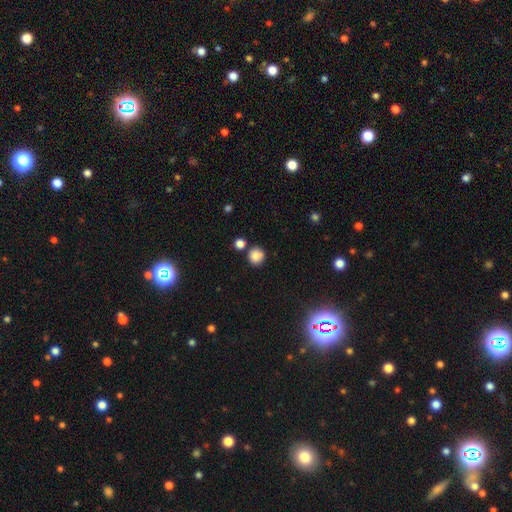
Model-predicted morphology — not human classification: Q: Smooth or featured?
A: smooth (85%); runner-up: star or artifact (11%)
Q: How rounded?
A: round (92%); runner-up: in between (7%)
Q: Merging?
A: none (75%); runner-up: merger (12%)